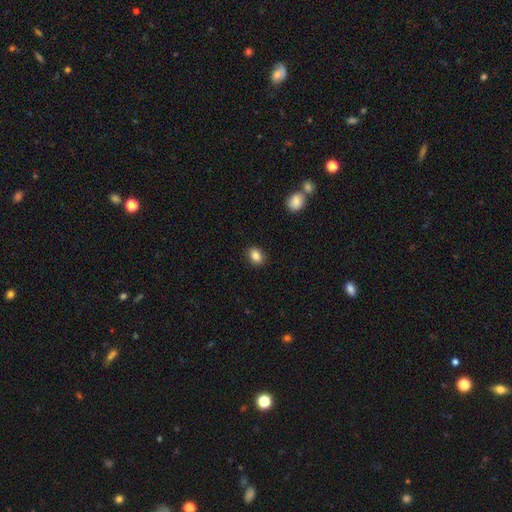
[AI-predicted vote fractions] Overall: smooth (86%). How rounded: in between (63%; round 36%). Merging: none (89%).